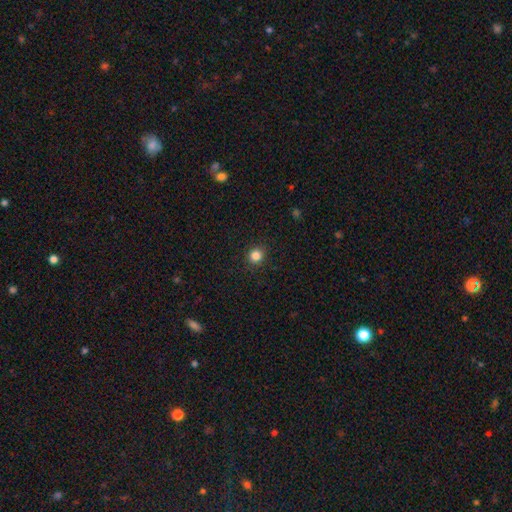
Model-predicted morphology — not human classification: Overall: smooth (84%). How rounded: round (88%). Merging: none (91%).